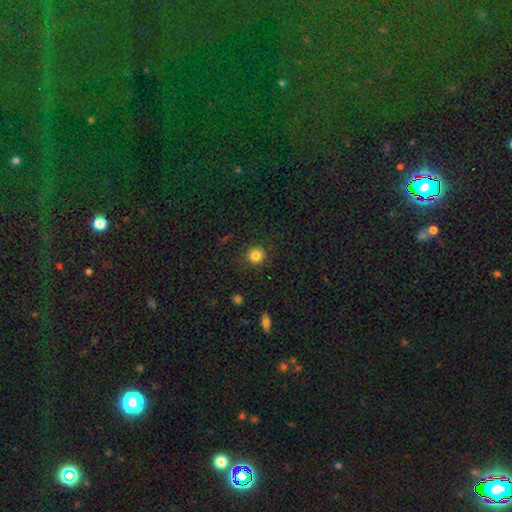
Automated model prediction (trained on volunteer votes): Smooth or featured?
  - smooth: 84% *
  - star or artifact: 11%
  - featured or disk: 4%
How rounded?
  - round: 92% *
  - in between: 7%
  - cigar-shaped: 1%
Merging?
  - none: 88% *
  - minor disturbance: 8%
  - major disturbance: 3%
  - merger: 1%